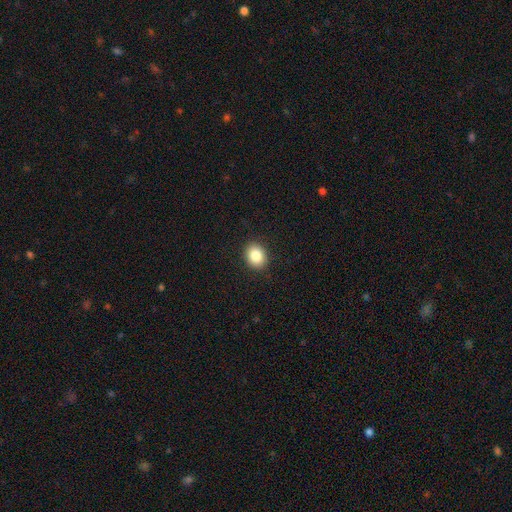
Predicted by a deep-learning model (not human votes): Smooth or featured?
  - smooth: 85% *
  - star or artifact: 9%
  - featured or disk: 6%
How rounded?
  - in between: 50% * (tied)
  - round: 50% * (tied)
  - cigar-shaped: 1%
Merging?
  - none: 91% *
  - minor disturbance: 7%
  - major disturbance: 2%
  - merger: 1%